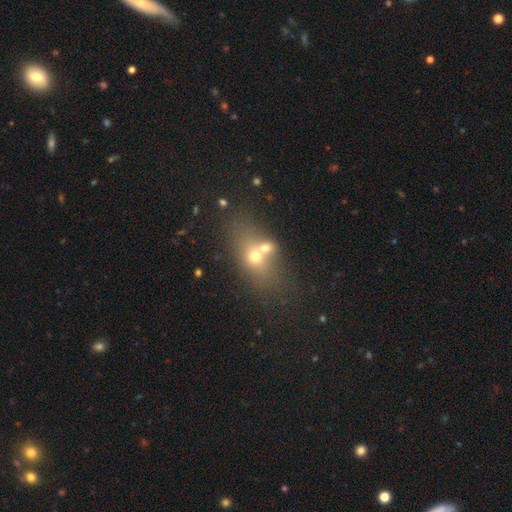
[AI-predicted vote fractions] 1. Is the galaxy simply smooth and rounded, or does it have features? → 57% smooth, 29% featured or disk, 14% star or artifact.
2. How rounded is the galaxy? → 62% in between, 31% round, 7% cigar-shaped.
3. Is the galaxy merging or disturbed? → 52% merger, 33% none, 9% minor disturbance, 6% major disturbance.